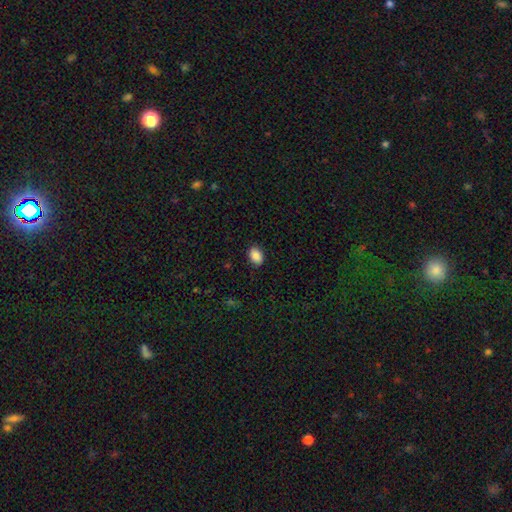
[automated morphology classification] A smooth galaxy with no disk features (88%) that is in between round and cigar-shaped (83%). Merging: none (88%).